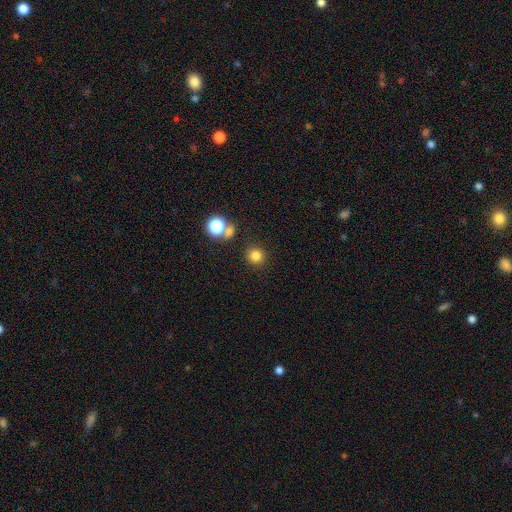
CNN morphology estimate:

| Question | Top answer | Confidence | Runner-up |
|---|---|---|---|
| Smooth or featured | smooth | 80% | star or artifact (14%) |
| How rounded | round | 92% | in between (7%) |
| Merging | none | 84% | minor disturbance (8%) |